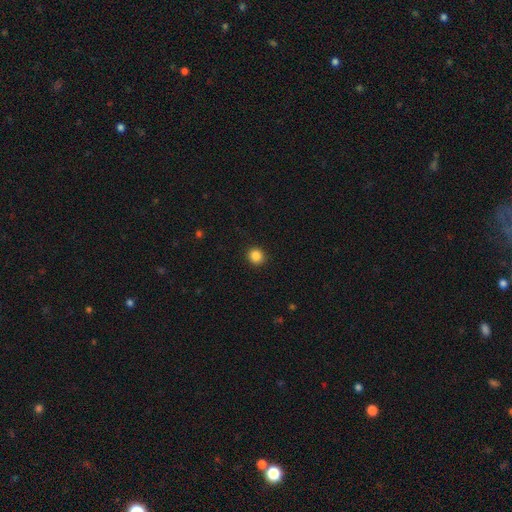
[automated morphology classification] smooth-or-featured: smooth: 86% | star or artifact: 11% | featured or disk: 3%
  how-rounded: round: 91% | in between: 8% | cigar-shaped: 1%
  merging: none: 92% | minor disturbance: 5% | major disturbance: 2% | merger: 1%